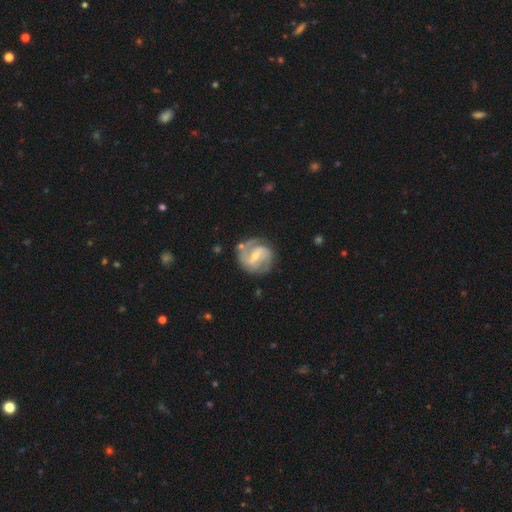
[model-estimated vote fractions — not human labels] Morphology: type=featured or disk (81%); edge-on=no (98%); bar=weak (49%); spiral arms=yes (94%); winding=medium (49%); arm count=2 (77%); bulge=small (54%); merging=none (71%).